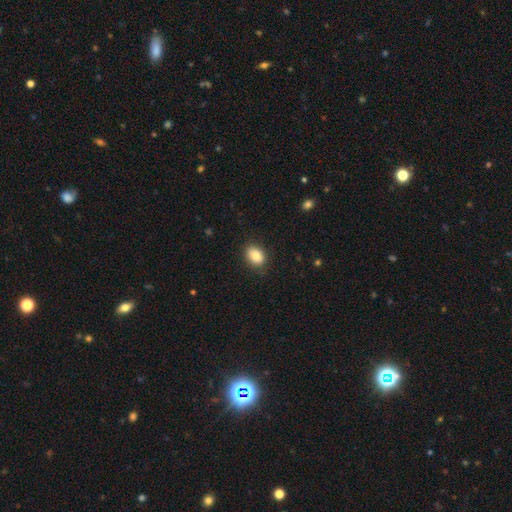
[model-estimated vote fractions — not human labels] The model was most divided on "how rounded": in between: 79%, round: 20%, cigar-shaped: 1%. More confident: merging — none (86%); smooth or featured — smooth (86%).